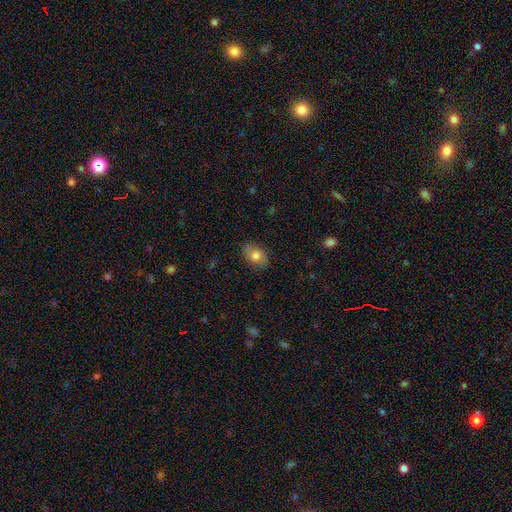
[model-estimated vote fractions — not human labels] This is likely a smooth galaxy (65%). How rounded: likely in between (76%). Merging: likely none (80%).